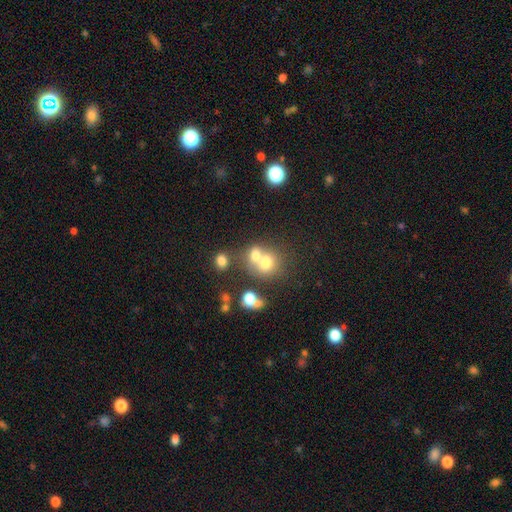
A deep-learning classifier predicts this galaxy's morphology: The model was most divided on "merging": merger: 57%, none: 30%, minor disturbance: 7%, major disturbance: 5%. More confident: how rounded — round (68%); smooth or featured — smooth (67%).